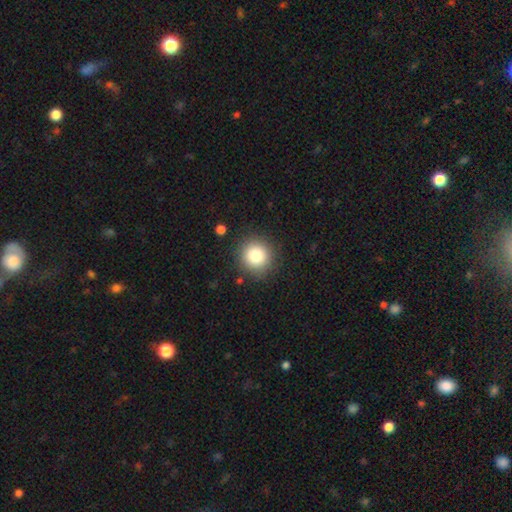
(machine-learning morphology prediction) smooth-or-featured: smooth: 84% | star or artifact: 10% | featured or disk: 6%
  how-rounded: round: 92% | in between: 7% | cigar-shaped: 1%
  merging: none: 88% | minor disturbance: 8% | major disturbance: 3% | merger: 2%